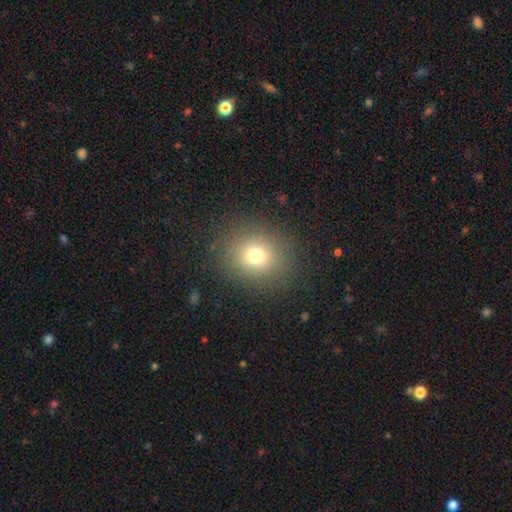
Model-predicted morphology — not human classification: A smooth galaxy with no disk features (73%) that is round (77%). Merging: none (87%).